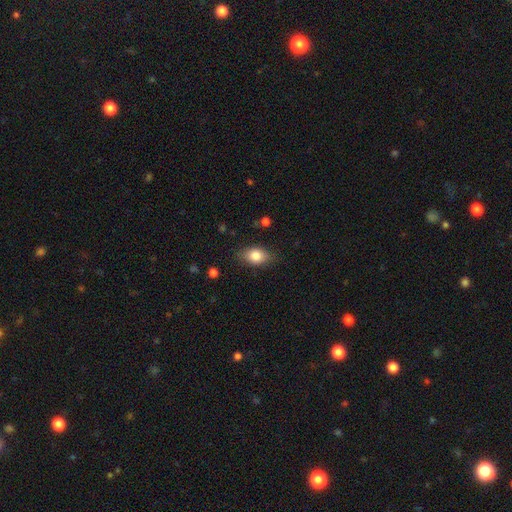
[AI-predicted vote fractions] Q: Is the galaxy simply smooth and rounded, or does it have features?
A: smooth — 80%.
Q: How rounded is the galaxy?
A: in between — 80%.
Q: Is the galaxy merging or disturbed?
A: none — 80%.